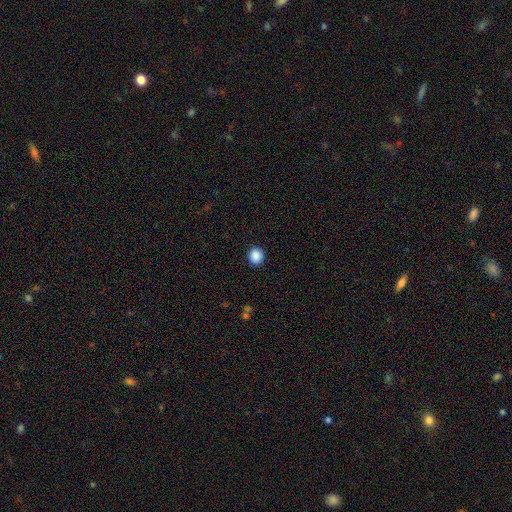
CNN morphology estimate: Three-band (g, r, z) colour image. It shows a smooth galaxy with no disk features (88%) that is round (84%). Merging: none (91%).